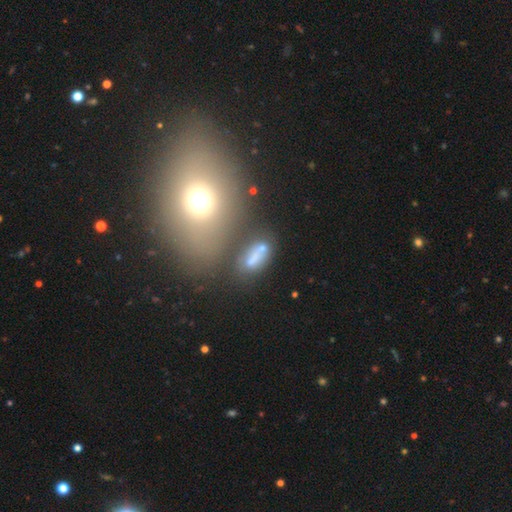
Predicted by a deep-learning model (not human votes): A smooth galaxy with no disk features (63%) that is in between round and cigar-shaped (76%). Merging: none (49%).